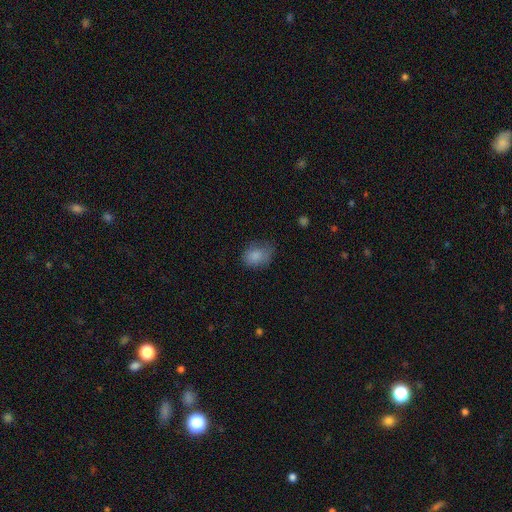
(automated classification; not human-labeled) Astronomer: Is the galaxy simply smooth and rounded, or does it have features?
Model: smooth — 83%.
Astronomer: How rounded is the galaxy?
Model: in between — 69%.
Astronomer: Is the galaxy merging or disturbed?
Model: none — 52% (runner-up: minor disturbance, 34%).